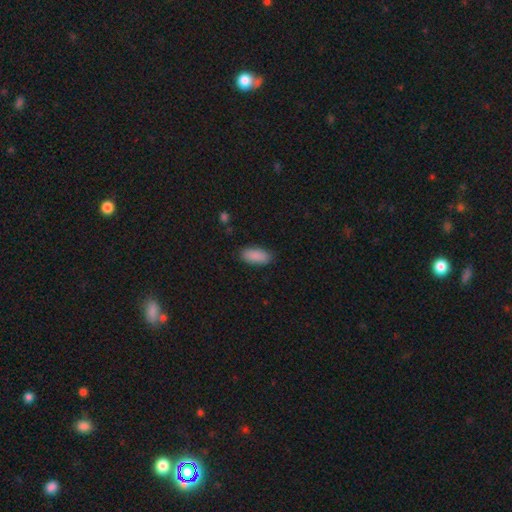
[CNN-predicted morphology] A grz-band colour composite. It shows a smooth galaxy with no disk features (90%) that is in between round and cigar-shaped (86%). Merging: none (86%).